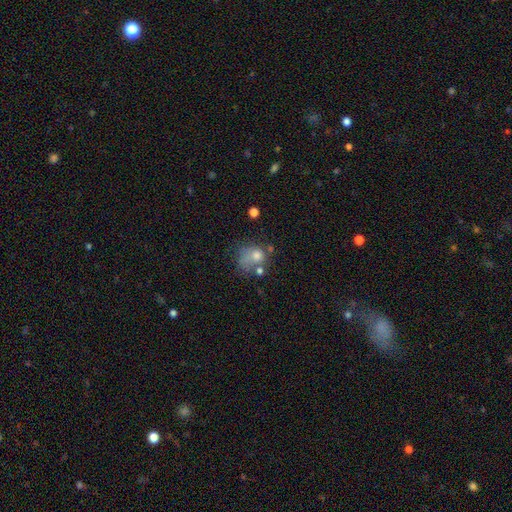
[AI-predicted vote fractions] This is likely a smooth galaxy (65%). How rounded: likely round (61%). Merging: marginally none (31%).